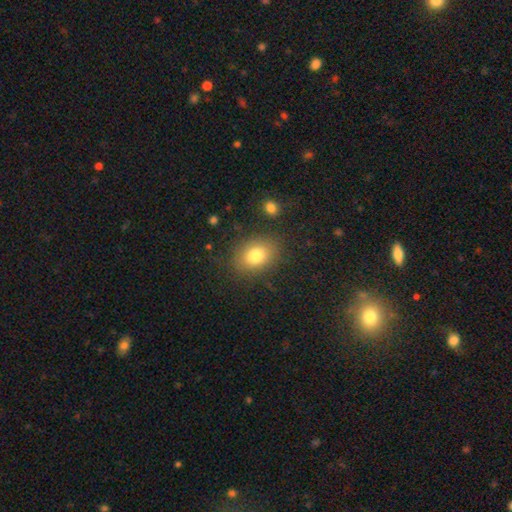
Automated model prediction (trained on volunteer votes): smooth_or_featured: smooth (p=0.79) [alt: star or artifact p=0.11]
how_rounded: in between (p=0.63) [alt: round p=0.36]
merging: none (p=0.83) [alt: minor disturbance p=0.11]